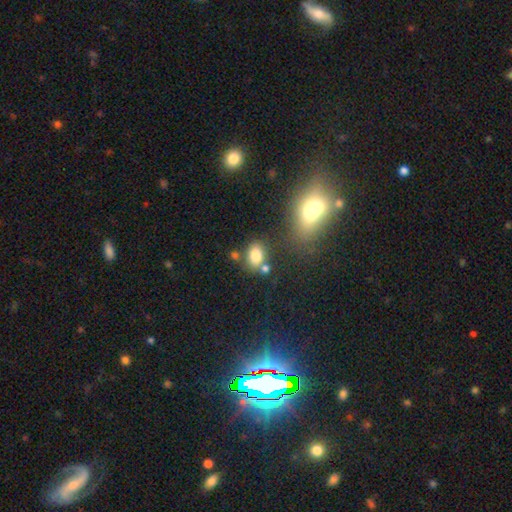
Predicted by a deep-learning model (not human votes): Overall: smooth (80%). How rounded: in between (71%). Merging: none (63%).